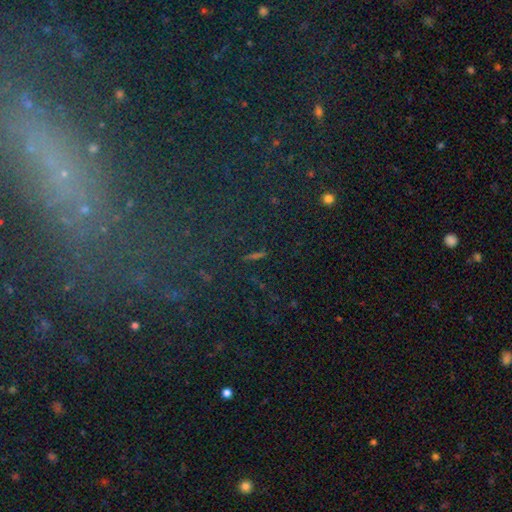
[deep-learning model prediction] Overall: star or artifact (62%).